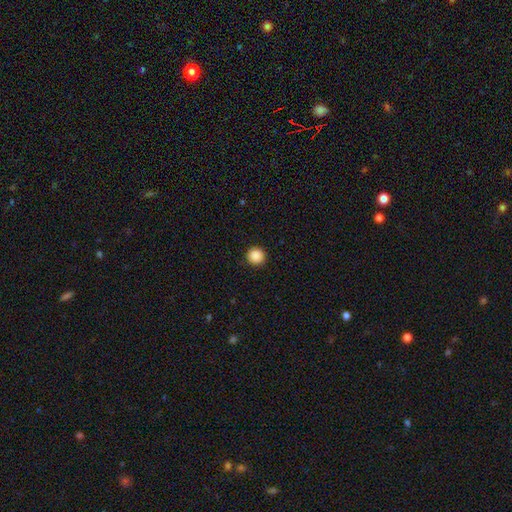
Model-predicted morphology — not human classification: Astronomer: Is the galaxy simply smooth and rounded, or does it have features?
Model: smooth — 88%.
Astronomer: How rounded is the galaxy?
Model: round — 96%.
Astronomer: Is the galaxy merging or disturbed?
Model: none — 93%.